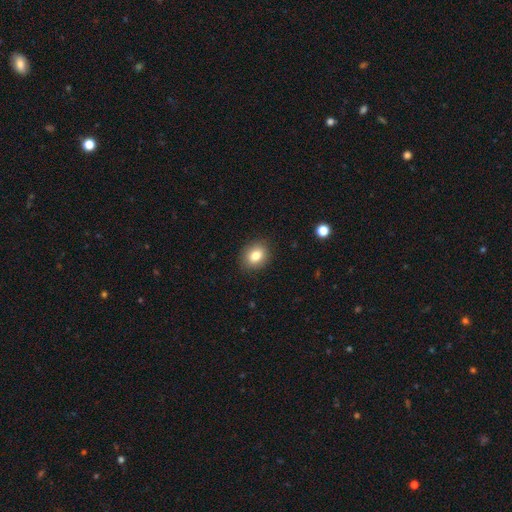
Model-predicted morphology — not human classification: smooth_or_featured: smooth (p=0.81) [alt: star or artifact p=0.10]
how_rounded: round (p=0.52) [alt: in between p=0.47]
merging: none (p=0.89) [alt: minor disturbance p=0.08]